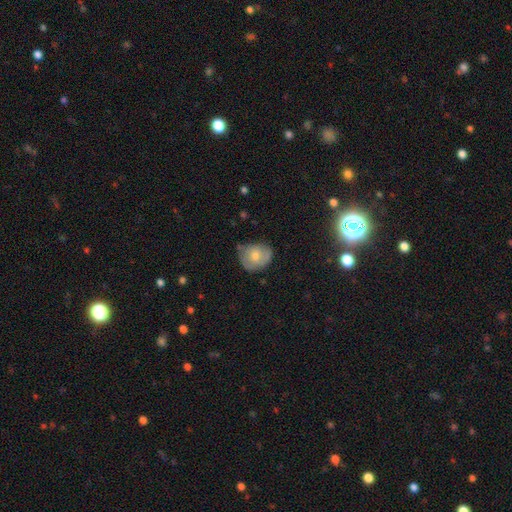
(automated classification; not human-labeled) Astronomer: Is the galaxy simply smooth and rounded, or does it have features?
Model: smooth — 60%.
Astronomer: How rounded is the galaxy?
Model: round — 67%.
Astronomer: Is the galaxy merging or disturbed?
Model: none — 50% (runner-up: minor disturbance, 37%).